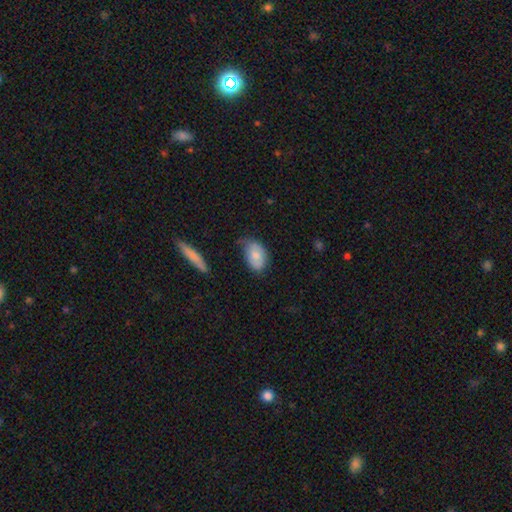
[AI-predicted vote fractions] Smooth or featured: smooth — 74% (featured or disk — 19%)
How rounded: in between — 88% (round — 11%)
Merging: none — 56% (minor disturbance — 33%)